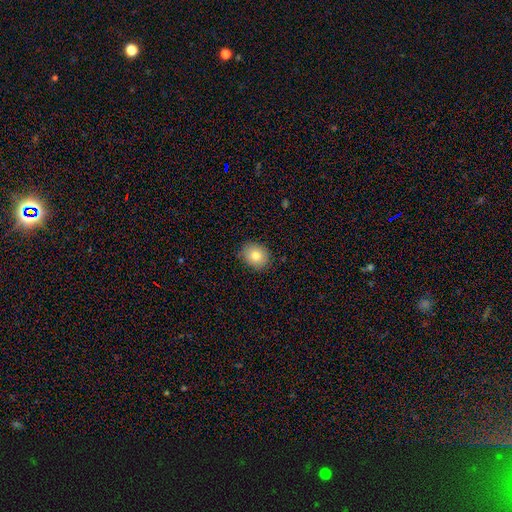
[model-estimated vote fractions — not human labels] Overall: smooth (80%). How rounded: round (60%; in between 39%). Merging: none (88%).